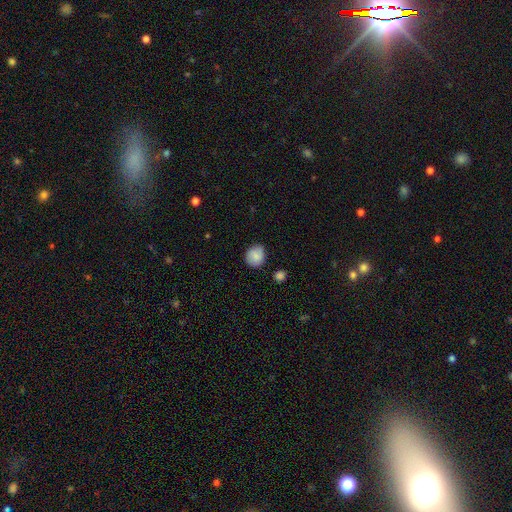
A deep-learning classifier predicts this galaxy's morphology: Smooth or featured: smooth — 83% (featured or disk — 9%)
How rounded: round — 79% (in between — 20%)
Merging: none — 79% (minor disturbance — 16%)